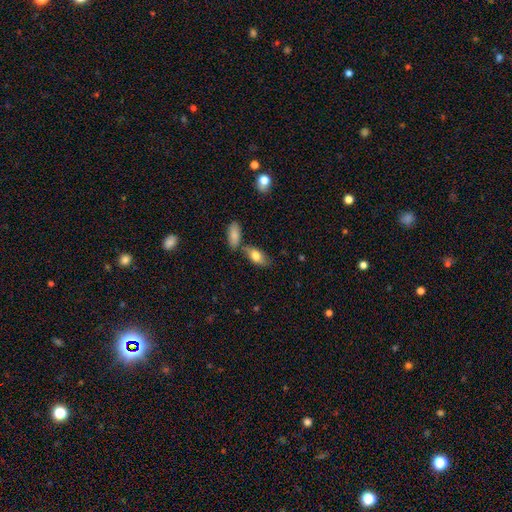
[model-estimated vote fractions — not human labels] Overall: smooth (77%). How rounded: in between (89%). Merging: none (60%; merger 20%).